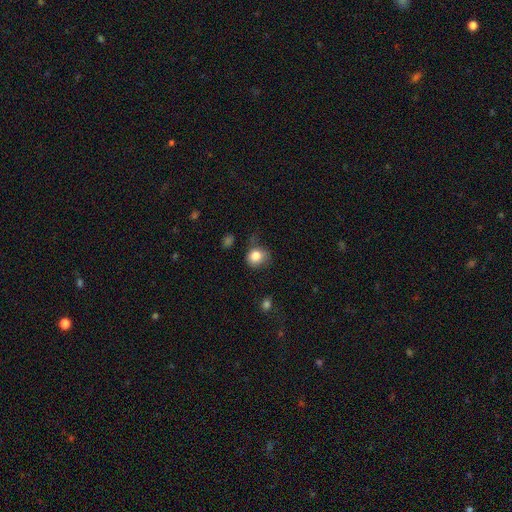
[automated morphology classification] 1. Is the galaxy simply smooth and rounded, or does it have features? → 82% smooth, 10% star or artifact, 8% featured or disk.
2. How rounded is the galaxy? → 69% round, 30% in between, 1% cigar-shaped.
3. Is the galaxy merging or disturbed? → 56% none, 30% minor disturbance, 11% major disturbance, 3% merger.